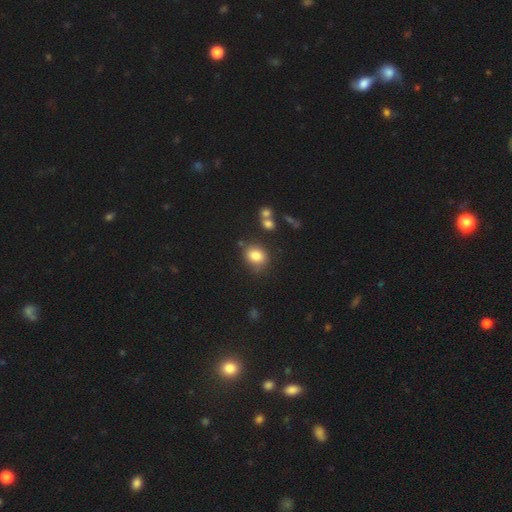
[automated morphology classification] This appears to be a smooth galaxy with no disk features (83%) that is round (53%). Merging: none (69%).